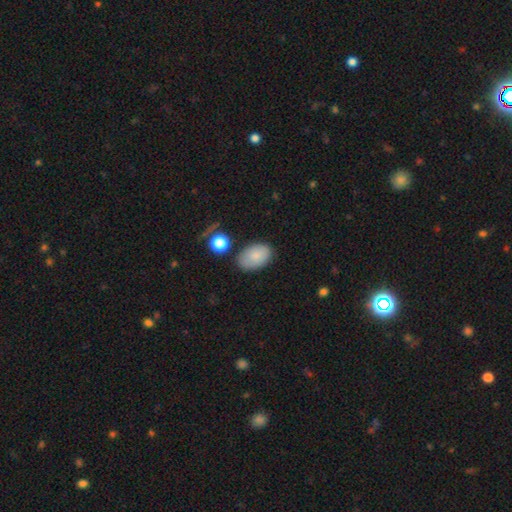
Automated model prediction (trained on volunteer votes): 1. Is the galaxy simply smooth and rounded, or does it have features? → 84% smooth, 9% featured or disk, 7% star or artifact.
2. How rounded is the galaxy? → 89% in between, 10% round, 1% cigar-shaped.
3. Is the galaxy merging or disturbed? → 78% none, 15% minor disturbance, 4% merger, 4% major disturbance.